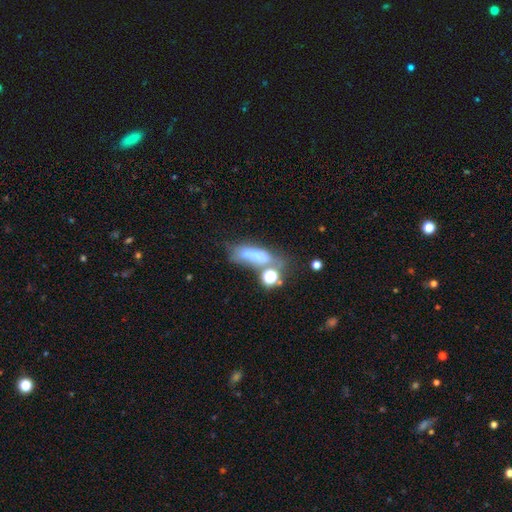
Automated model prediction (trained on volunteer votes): Smooth or featured? smooth (54%)
How rounded? in between (56%)
Merging? merger (35%)